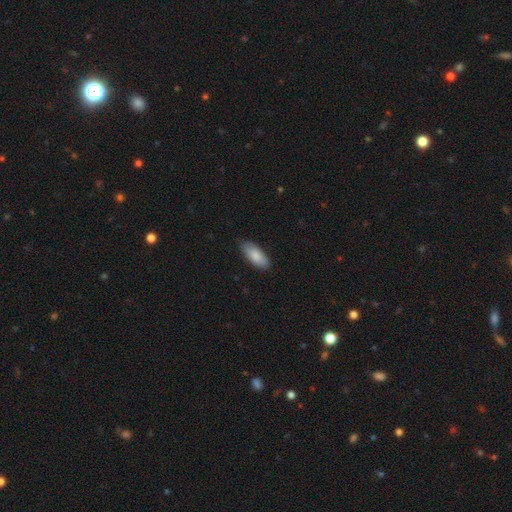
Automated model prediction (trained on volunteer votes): Smooth or featured: smooth — 87% (featured or disk — 8%)
How rounded: in between — 84% (cigar-shaped — 15%)
Merging: none — 83% (minor disturbance — 14%)